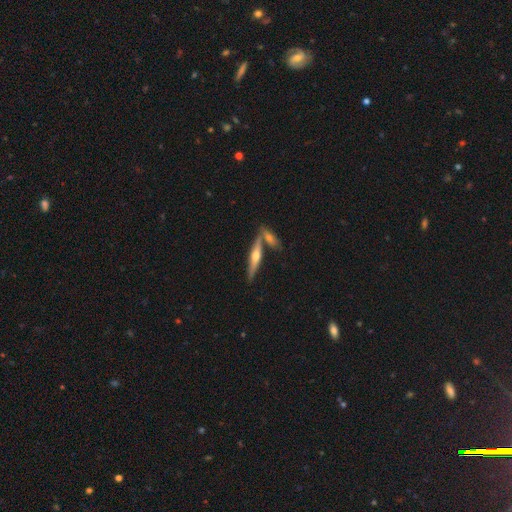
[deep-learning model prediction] smooth_or_featured: featured or disk (p=0.63) [alt: smooth p=0.31]
disk_edge_on: yes (p=0.95) [alt: no p=0.05]
edge_on_bulge: rounded (p=0.92) [alt: none p=0.04]
merging: none (p=0.67) [alt: merger p=0.22]